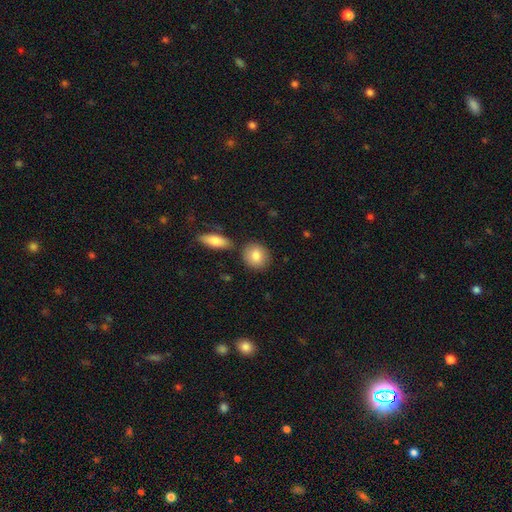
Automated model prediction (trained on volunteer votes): This is clearly a smooth galaxy (85%). How rounded: likely round (76%). Merging: likely none (78%).